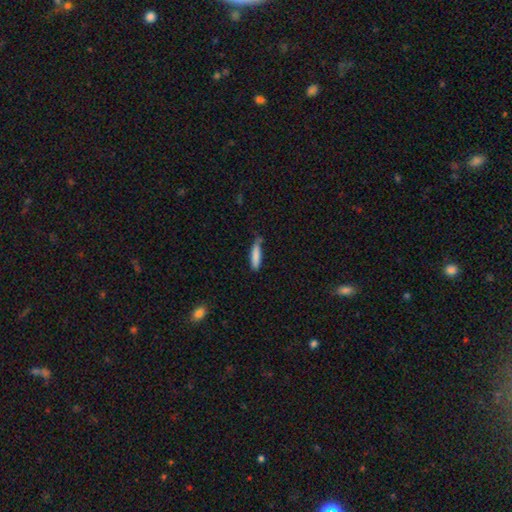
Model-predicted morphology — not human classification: A smooth galaxy with no disk features (83%) that is cigar-shaped (79%). Merging: none (56%).